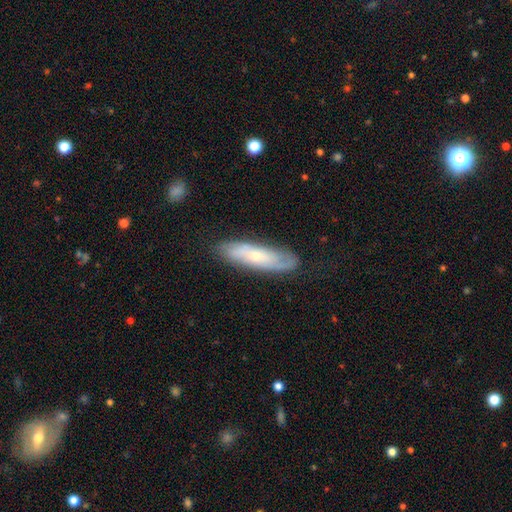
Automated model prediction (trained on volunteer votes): Smooth or featured? featured or disk (54%)
Edge-on disk? no (67%)
Merging? none (76%)